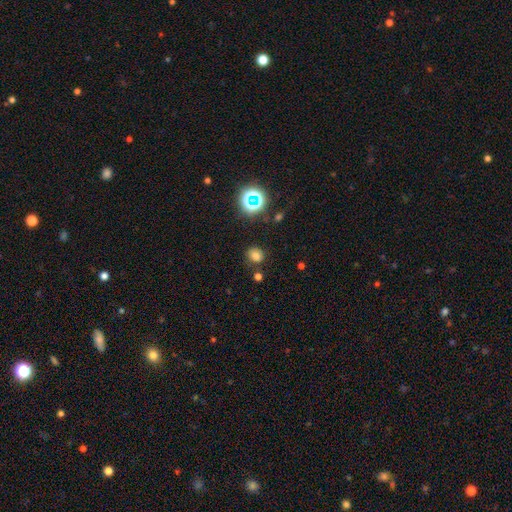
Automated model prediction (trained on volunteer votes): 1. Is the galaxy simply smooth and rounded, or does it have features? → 71% smooth, 21% star or artifact, 8% featured or disk.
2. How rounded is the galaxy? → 74% round, 25% in between, 1% cigar-shaped.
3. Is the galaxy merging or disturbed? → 80% none, 12% minor disturbance, 5% merger, 4% major disturbance.